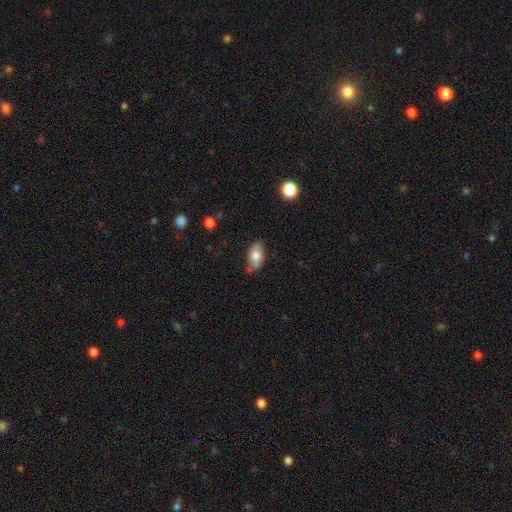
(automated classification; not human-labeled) Overall: smooth (70%). How rounded: in between (92%). Merging: none (71%).